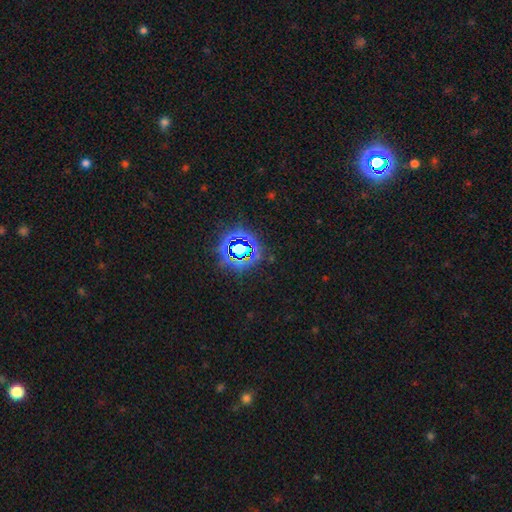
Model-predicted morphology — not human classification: Overall: star or artifact (77%).